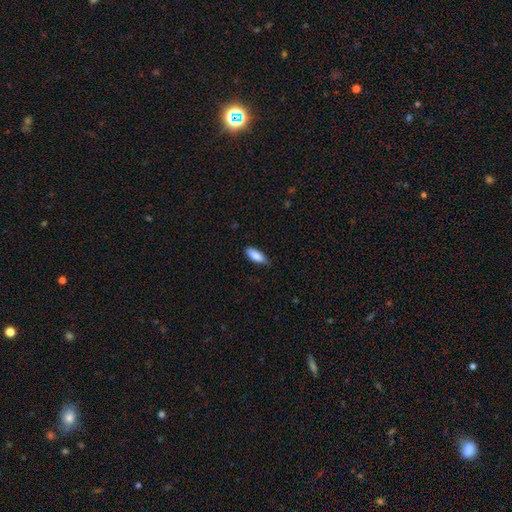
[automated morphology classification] Q: Smooth or featured?
A: smooth (86%); runner-up: featured or disk (8%)
Q: How rounded?
A: in between (73%); runner-up: cigar-shaped (25%)
Q: Merging?
A: none (80%); runner-up: minor disturbance (17%)